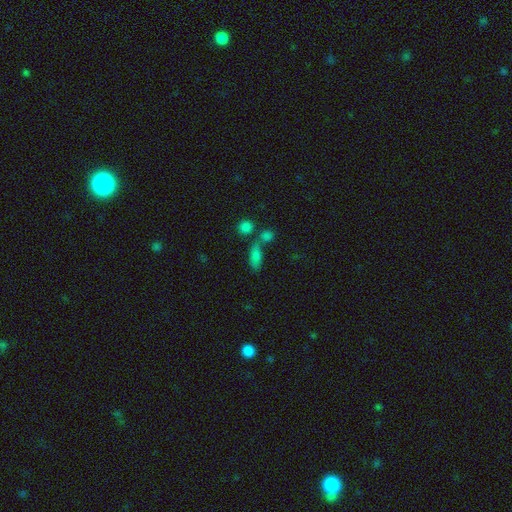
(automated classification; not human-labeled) Smooth or featured? Predicted: smooth (p=0.78). How rounded? Predicted: in between (p=0.73). Merging? Predicted: none (p=0.47).